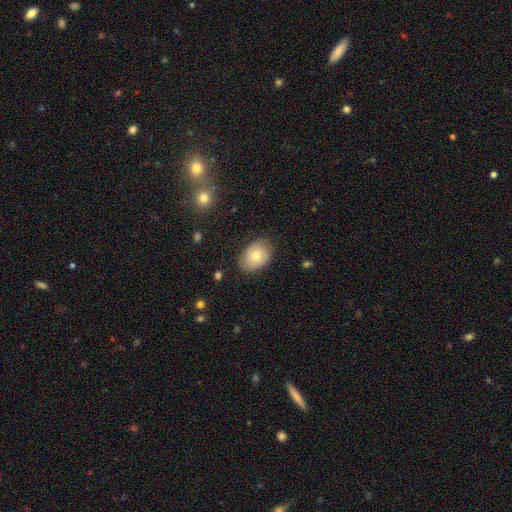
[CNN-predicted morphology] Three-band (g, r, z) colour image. It shows a smooth galaxy with no disk features (67%) that is in between round and cigar-shaped (73%). Merging: none (77%).